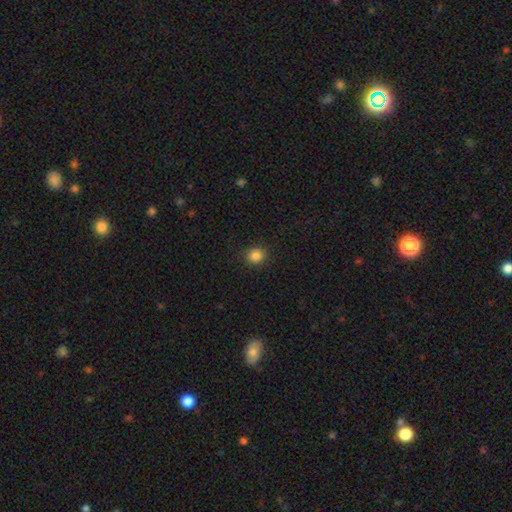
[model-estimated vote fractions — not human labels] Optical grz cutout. It shows a smooth galaxy with no disk features (85%) that is round (86%). Merging: none (91%).